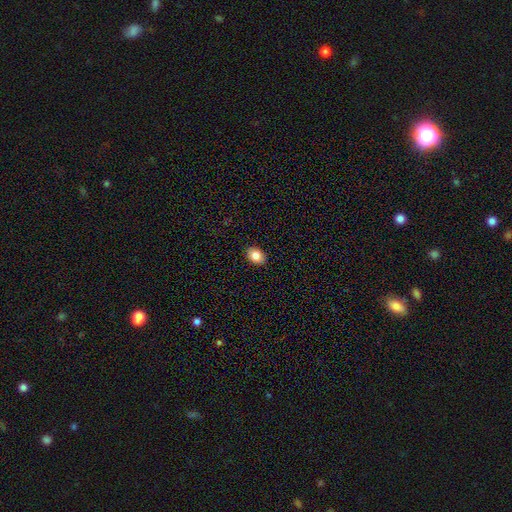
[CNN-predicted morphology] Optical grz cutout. It shows a smooth galaxy with no disk features (84%) that is in between round and cigar-shaped (75%). Merging: none (90%).